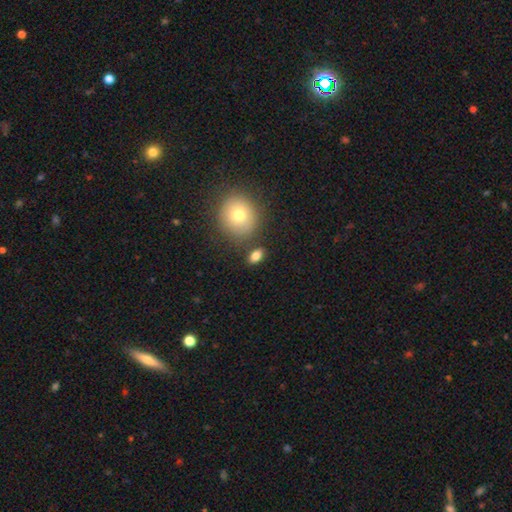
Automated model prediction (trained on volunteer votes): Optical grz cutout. It shows a smooth galaxy with no disk features (82%) that is in between round and cigar-shaped (80%). Merging: none (77%).